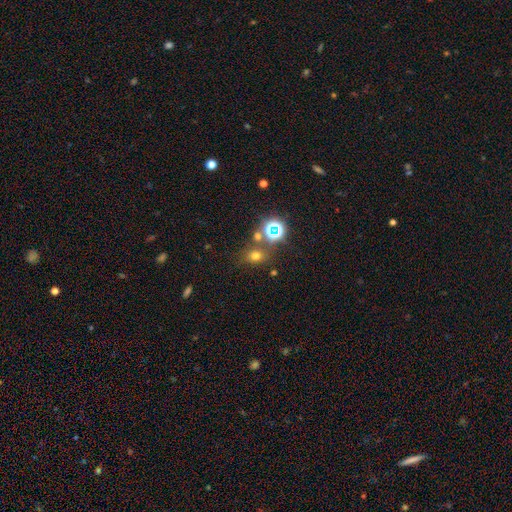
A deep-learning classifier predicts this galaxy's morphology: smooth 61%, star or artifact 30%, featured or disk 9%. Down the decision tree: how rounded — round (64%); merging — none (72%).